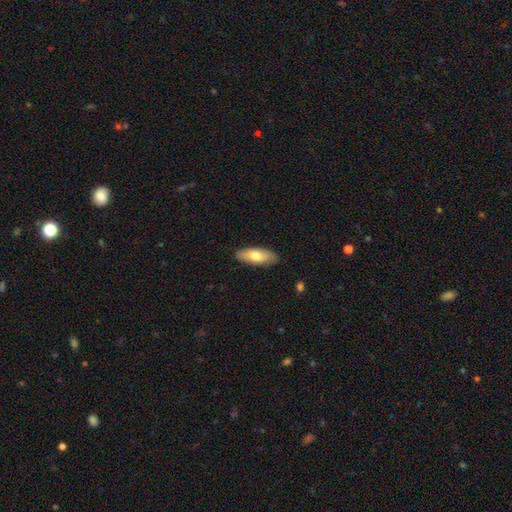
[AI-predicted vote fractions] The model was most divided on "smooth or featured": smooth: 71%, featured or disk: 23%, star or artifact: 6%. More confident: merging — none (87%); how rounded — in between (74%).